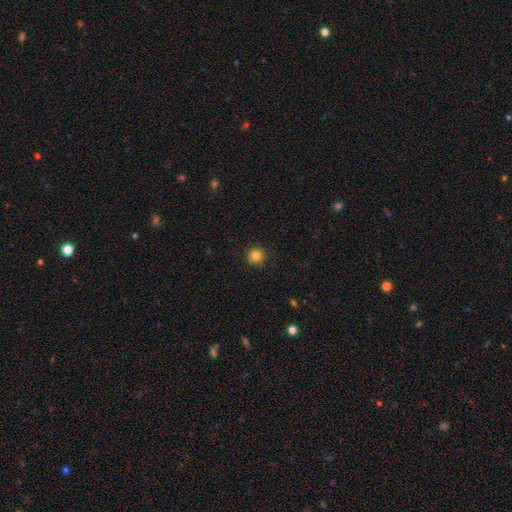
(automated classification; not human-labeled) smooth-or-featured: smooth: 83% | star or artifact: 12% | featured or disk: 5%
  how-rounded: round: 95% | in between: 4% | cigar-shaped: 1%
  merging: none: 92% | minor disturbance: 5% | major disturbance: 2% | merger: 1%